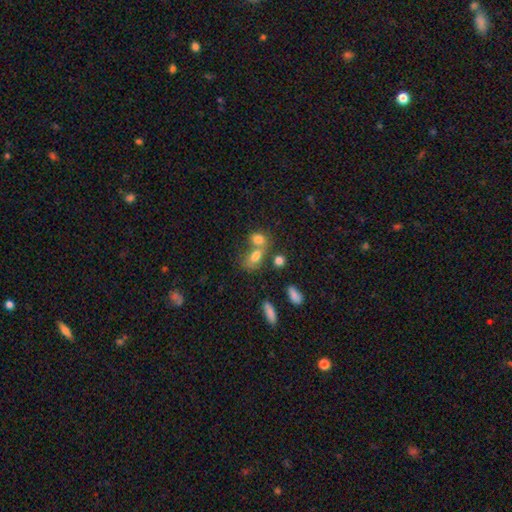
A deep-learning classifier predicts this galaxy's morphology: Smooth or featured? smooth (73%)
How rounded? in between (75%)
Merging? merger (51%)